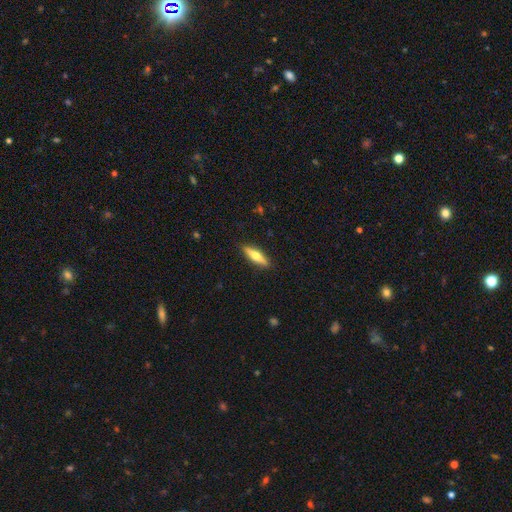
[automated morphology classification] Smooth or featured? Predicted: featured or disk (p=0.51). Edge-on disk? Predicted: yes (p=0.93). Merging? Predicted: none (p=0.90).